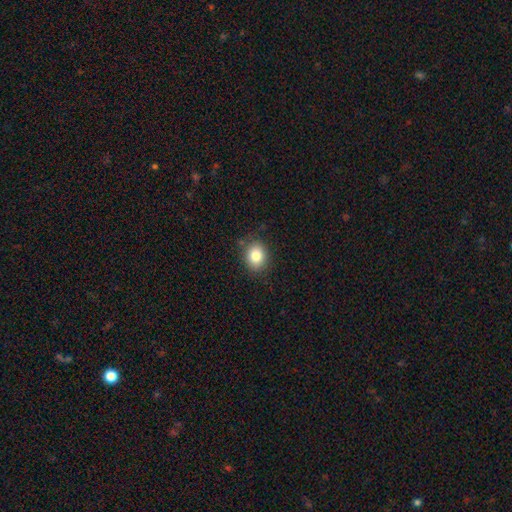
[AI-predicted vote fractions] Q: Smooth or featured?
A: smooth (82%); runner-up: star or artifact (10%)
Q: How rounded?
A: round (56%); runner-up: in between (43%)
Q: Merging?
A: none (85%); runner-up: minor disturbance (11%)